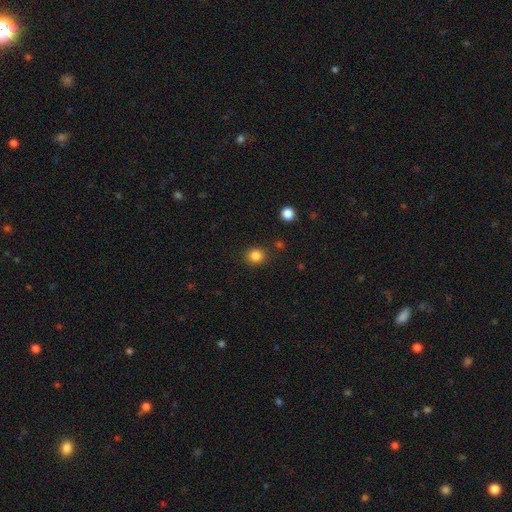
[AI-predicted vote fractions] smooth 84%, star or artifact 12%, featured or disk 4%. Down the decision tree: how rounded — round (81%); merging — none (87%).